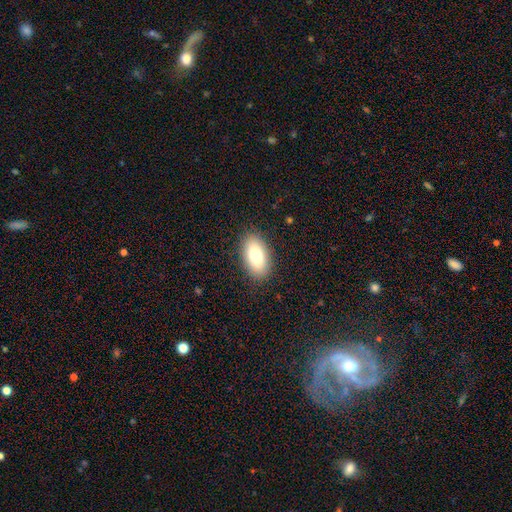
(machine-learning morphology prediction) type=smooth (77%); roundness=in between (92%); merging=none (88%).